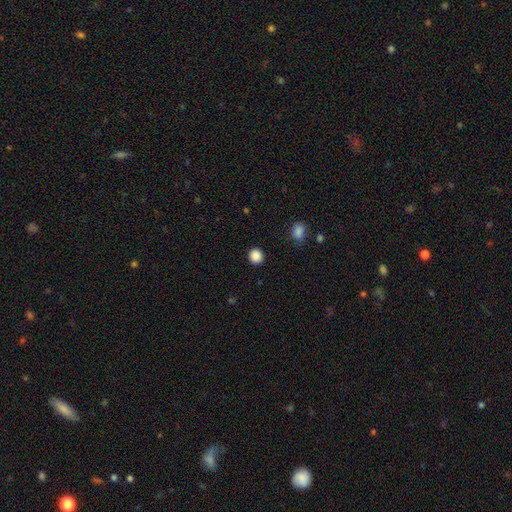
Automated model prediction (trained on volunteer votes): smooth 88%, star or artifact 10%, featured or disk 2%. Down the decision tree: how rounded — round (91%); merging — none (92%).